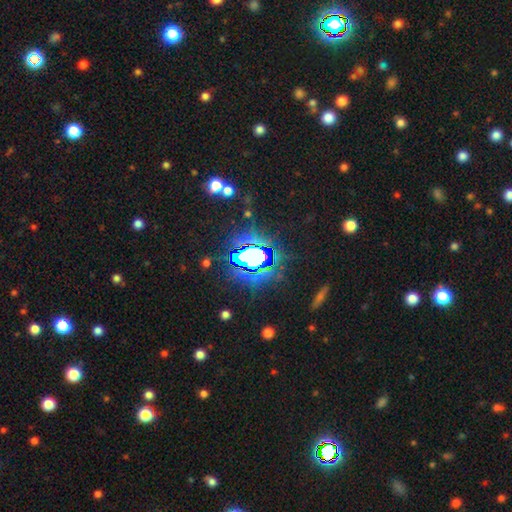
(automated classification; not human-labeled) Q: Smooth or featured?
A: star or artifact (81%); runner-up: smooth (11%)